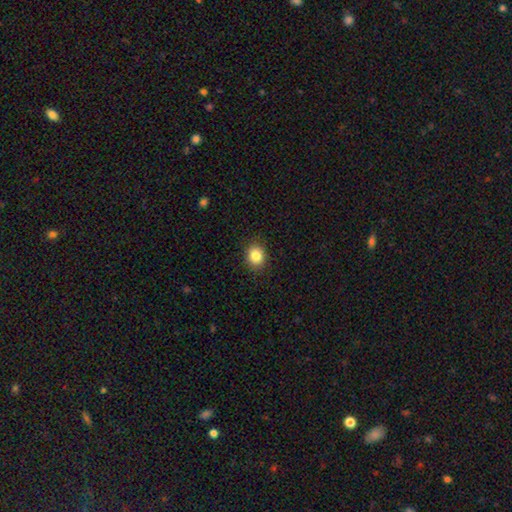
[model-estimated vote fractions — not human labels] Q: Smooth or featured?
A: smooth (85%); runner-up: star or artifact (10%)
Q: How rounded?
A: round (66%); runner-up: in between (33%)
Q: Merging?
A: none (89%); runner-up: minor disturbance (8%)